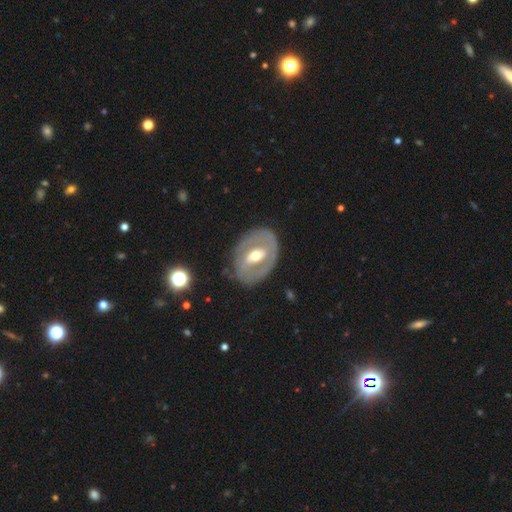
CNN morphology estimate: smooth-or-featured: featured or disk: 68% | smooth: 27% | star or artifact: 5%
  disk-edge-on: no: 93% | yes: 7%
    bar: weak: 38% | strong: 31% | no: 31%
    has-spiral-arms: no: 67% | yes: 33%
    bulge-size: moderate: 73% | small: 16% | large: 10% | dominant: 1% | none: 1%
  merging: none: 76% | minor disturbance: 16% | major disturbance: 6% | merger: 2%